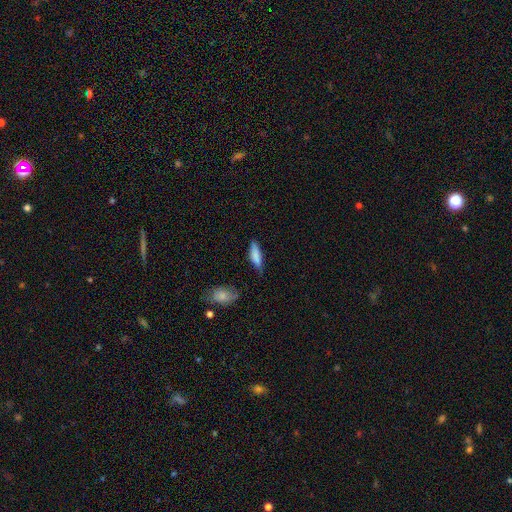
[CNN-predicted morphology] smooth 82%, featured or disk 12%, star or artifact 7%. Down the decision tree: how rounded — cigar-shaped (57%); merging — none (62%).